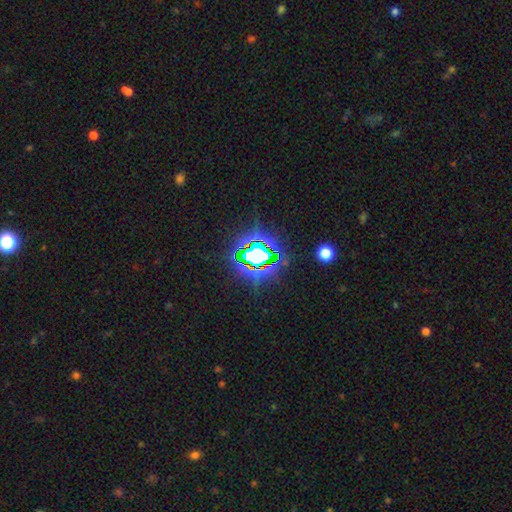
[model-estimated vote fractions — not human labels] Q: Smooth or featured?
A: star or artifact (75%); runner-up: smooth (13%)